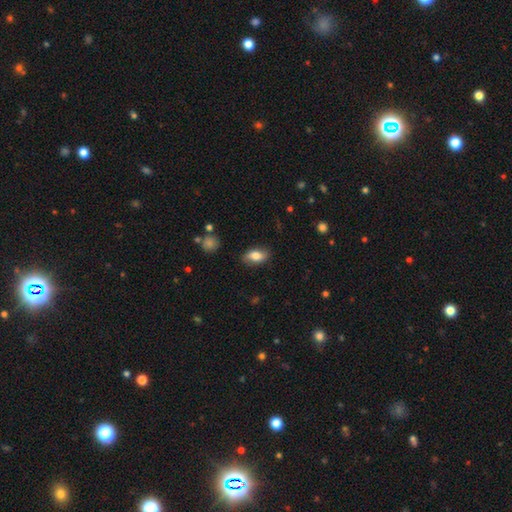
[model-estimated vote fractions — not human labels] Overall: smooth (73%). How rounded: in between (88%). Merging: none (83%).